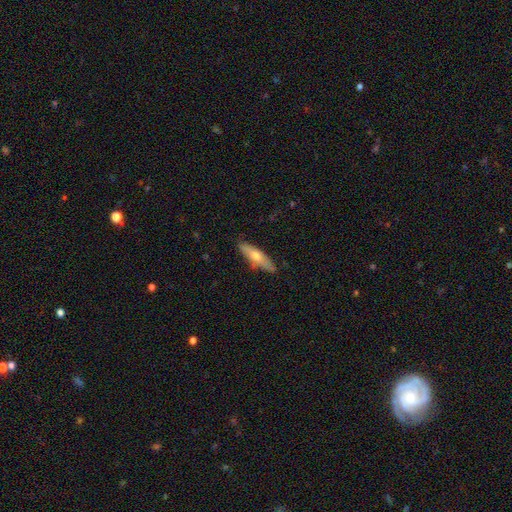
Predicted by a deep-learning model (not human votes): smooth 56%, featured or disk 38%, star or artifact 6%. Down the decision tree: how rounded — cigar-shaped (67%); merging — none (82%).